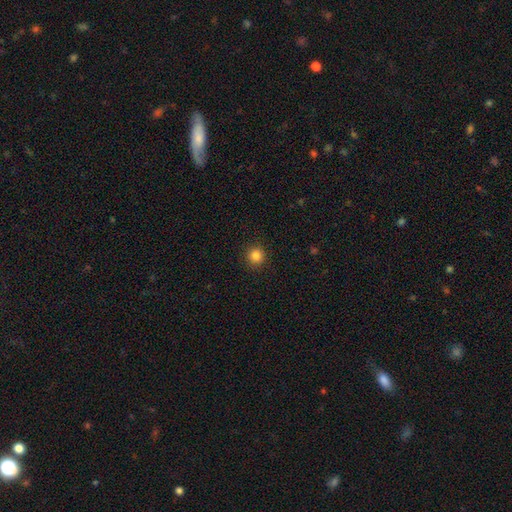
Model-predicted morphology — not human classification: smooth-or-featured: smooth: 84% | star or artifact: 12% | featured or disk: 4%
  how-rounded: round: 95% | in between: 4% | cigar-shaped: 1%
  merging: none: 92% | minor disturbance: 5% | major disturbance: 2% | merger: 1%